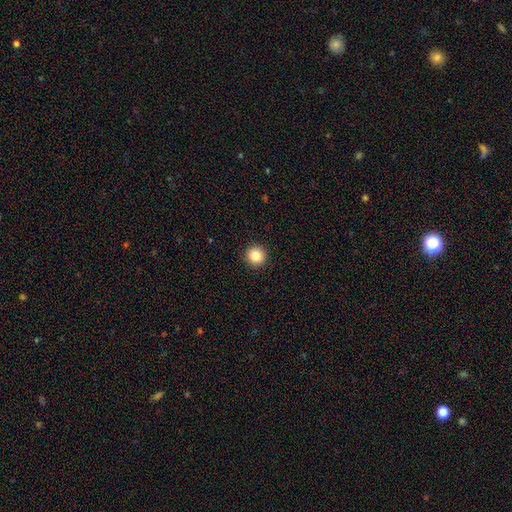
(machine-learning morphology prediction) Q: Smooth or featured?
A: smooth (85%); runner-up: star or artifact (10%)
Q: How rounded?
A: round (96%); runner-up: in between (3%)
Q: Merging?
A: none (93%); runner-up: minor disturbance (4%)